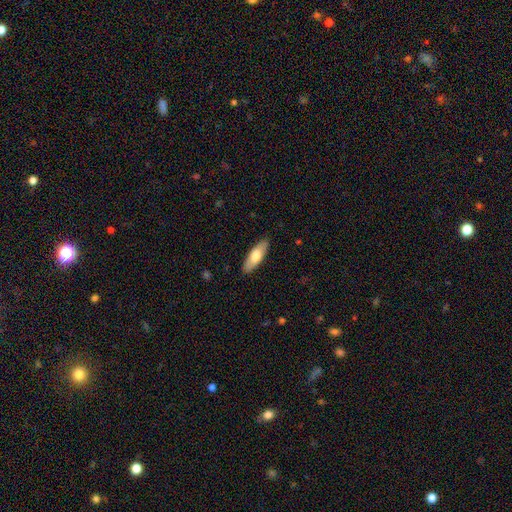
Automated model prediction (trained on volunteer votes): Smooth or featured: smooth — 71% (featured or disk — 24%)
How rounded: in between — 60% (cigar-shaped — 38%)
Merging: none — 88% (minor disturbance — 9%)